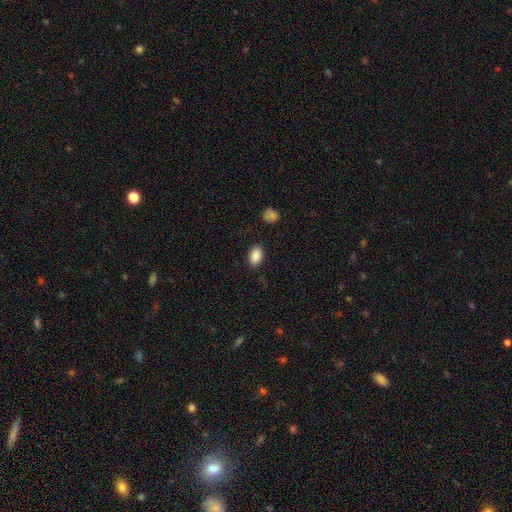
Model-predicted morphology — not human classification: Smooth or featured? Predicted: smooth (p=0.89). How rounded? Predicted: in between (p=0.90). Merging? Predicted: none (p=0.86).